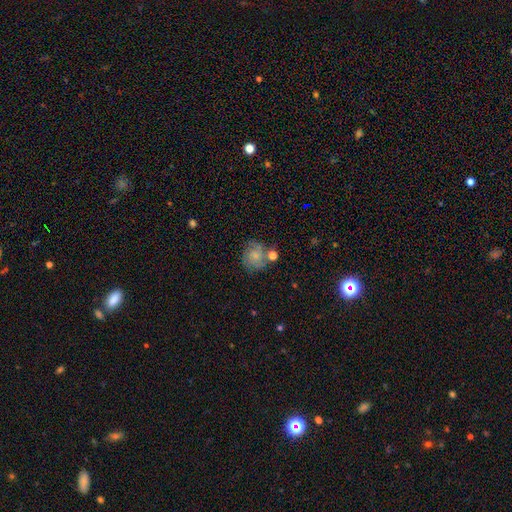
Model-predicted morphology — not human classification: Smooth or featured?
  - smooth: 57% *
  - featured or disk: 33%
  - star or artifact: 10%
How rounded?
  - round: 80% *
  - in between: 19%
  - cigar-shaped: 1%
Merging?
  - none: 58% *
  - minor disturbance: 19%
  - merger: 15%
  - major disturbance: 8%